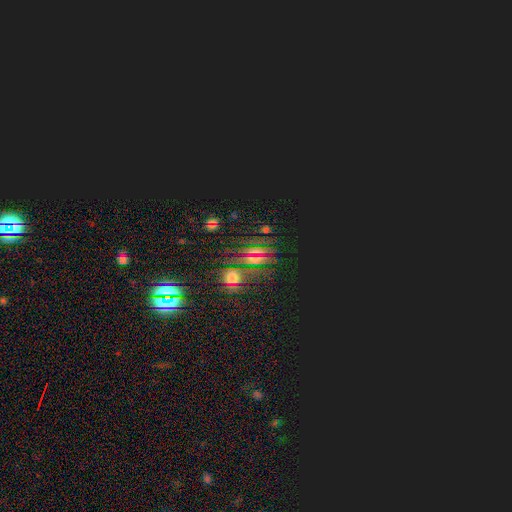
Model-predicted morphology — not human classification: This appears to be a star or artifact, not a galaxy (73%).